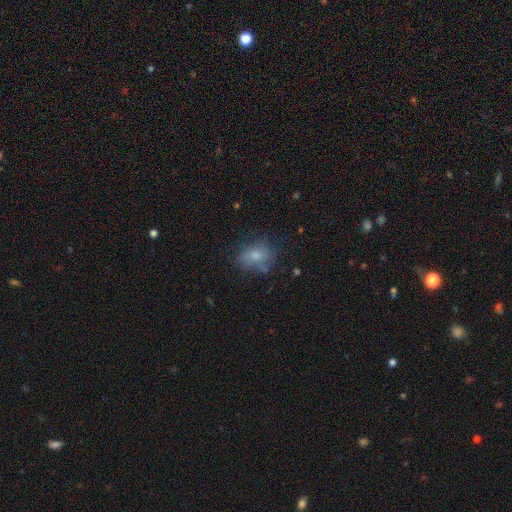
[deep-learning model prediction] A smooth galaxy with no disk features (70%) that is in between round and cigar-shaped (67%). Merging: none (59%).